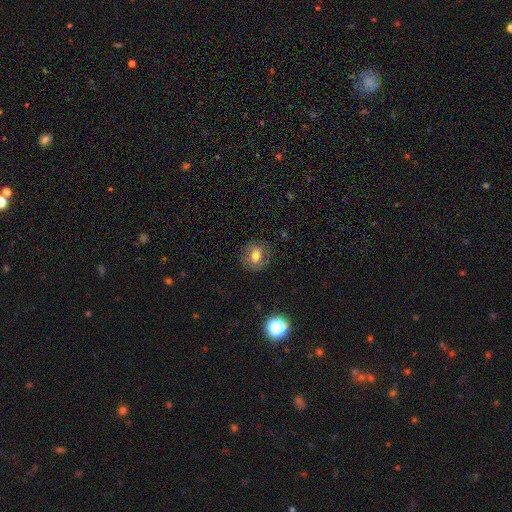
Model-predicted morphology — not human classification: Smooth or featured? smooth (53%)
How rounded? round (77%)
Merging? none (81%)